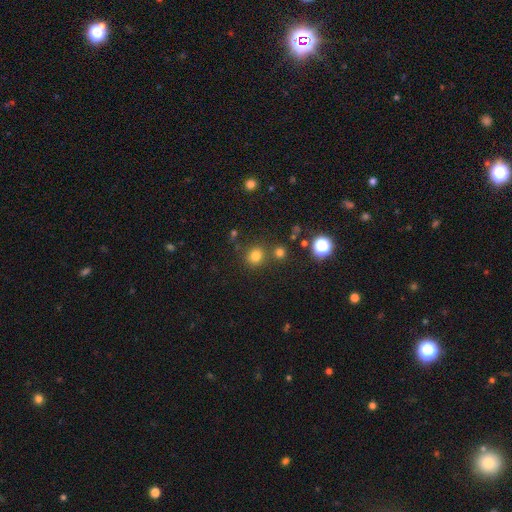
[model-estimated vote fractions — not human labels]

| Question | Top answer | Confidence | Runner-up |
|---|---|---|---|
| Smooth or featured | smooth | 76% | star or artifact (18%) |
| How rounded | round | 86% | in between (13%) |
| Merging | none | 76% | merger (11%) |